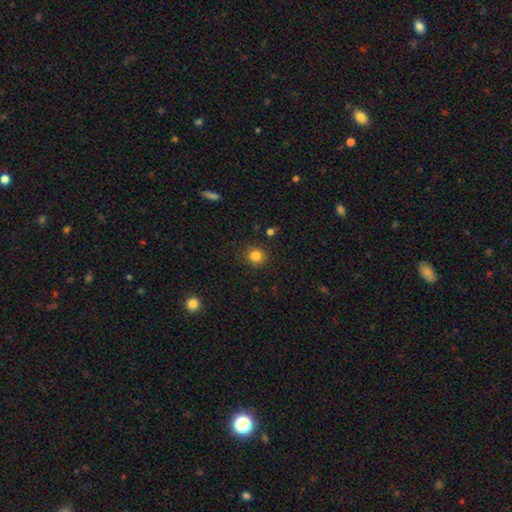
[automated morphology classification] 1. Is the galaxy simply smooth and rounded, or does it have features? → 82% smooth, 12% star or artifact, 6% featured or disk.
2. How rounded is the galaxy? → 89% round, 10% in between, 1% cigar-shaped.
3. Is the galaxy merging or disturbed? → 89% none, 7% minor disturbance, 2% major disturbance, 2% merger.